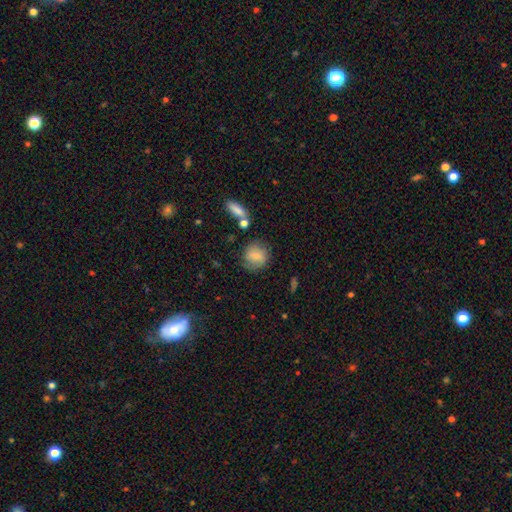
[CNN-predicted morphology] smooth-or-featured: smooth: 74% | featured or disk: 18% | star or artifact: 8%
  how-rounded: round: 74% | in between: 24% | cigar-shaped: 2%
  merging: none: 72% | minor disturbance: 17% | major disturbance: 6% | merger: 5%